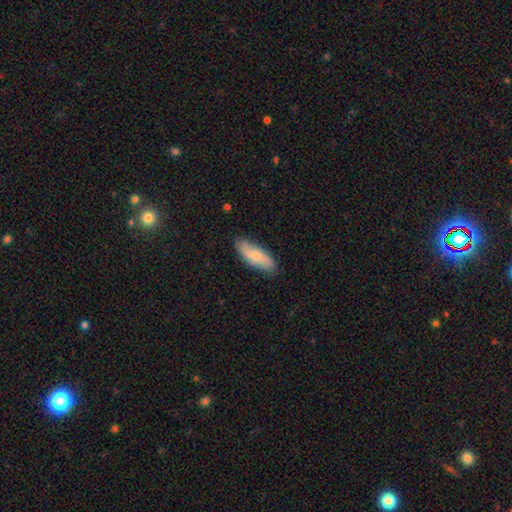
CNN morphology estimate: Smooth or featured? smooth (67%)
How rounded? in between (64%)
Merging? none (82%)